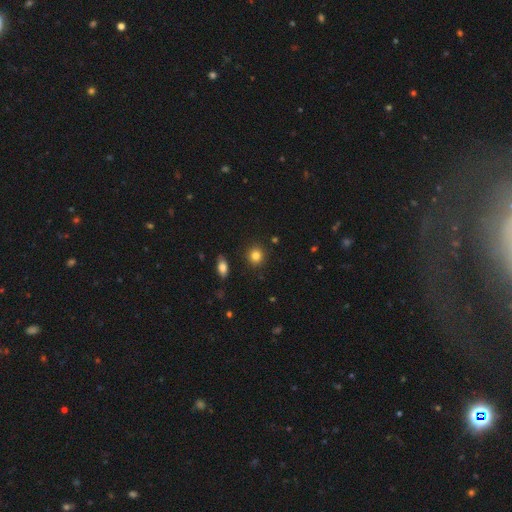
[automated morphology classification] A smooth galaxy with no disk features (84%) that is round (86%).

Vote fractions:
- Smooth or featured? smooth: 84% / star or artifact: 11% / featured or disk: 5%
- How rounded? round: 86% / in between: 13% / cigar-shaped: 1%
- Merging? none: 89% / minor disturbance: 7% / major disturbance: 2% / merger: 2%